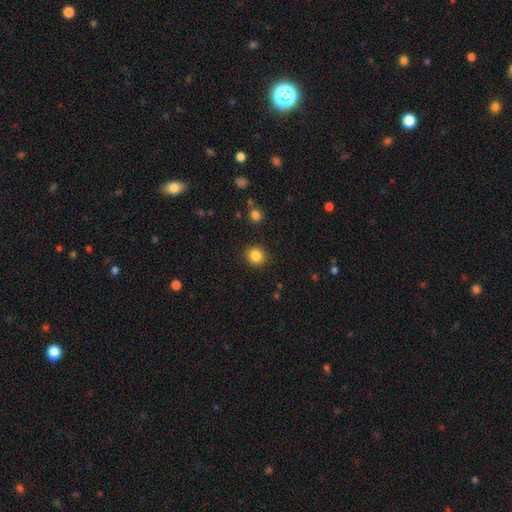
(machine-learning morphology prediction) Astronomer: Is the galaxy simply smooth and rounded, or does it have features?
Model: smooth — 85%.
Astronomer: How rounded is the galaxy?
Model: round — 86%.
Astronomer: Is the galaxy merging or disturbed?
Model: none — 90%.